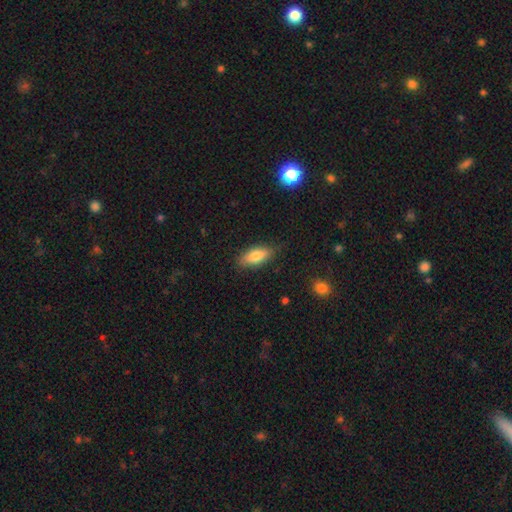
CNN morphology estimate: Smooth or featured? smooth (80%)
How rounded? in between (80%)
Merging? none (83%)